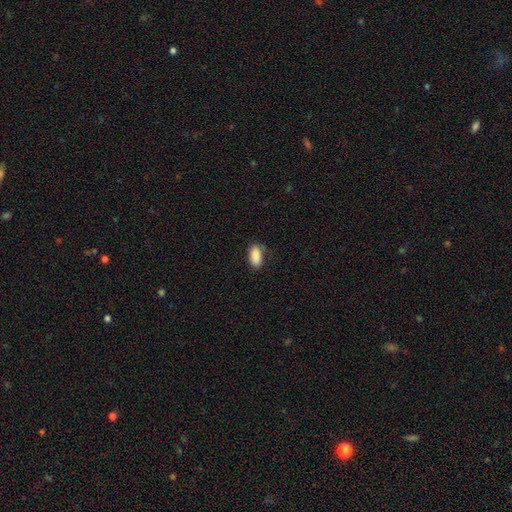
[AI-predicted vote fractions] A smooth galaxy with no disk features (88%) that is in between round and cigar-shaped (89%). Merging: none (73%).